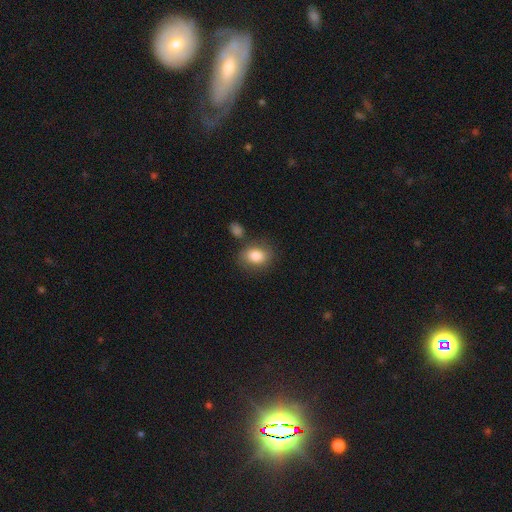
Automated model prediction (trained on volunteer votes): smooth-or-featured: smooth: 84% | star or artifact: 8% | featured or disk: 8%
  how-rounded: in between: 59% | round: 39% | cigar-shaped: 1%
  merging: none: 73% | minor disturbance: 14% | merger: 9% | major disturbance: 5%